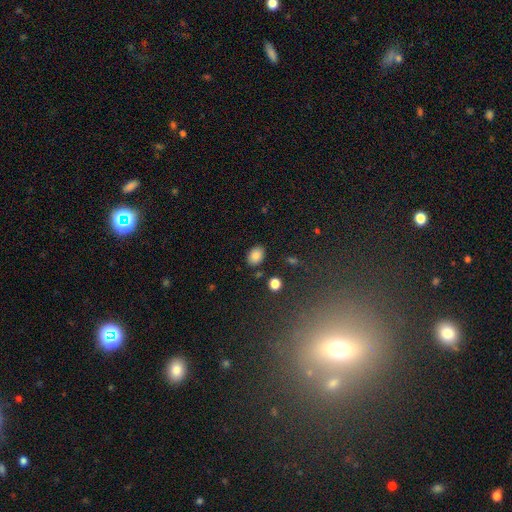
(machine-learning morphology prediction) A smooth galaxy with no disk features (86%) that is in between round and cigar-shaped (74%).

Vote fractions:
- Smooth or featured? smooth: 86% / star or artifact: 9% / featured or disk: 5%
- How rounded? in between: 74% / round: 25% / cigar-shaped: 1%
- Merging? none: 83% / minor disturbance: 11% / merger: 3% / major disturbance: 3%